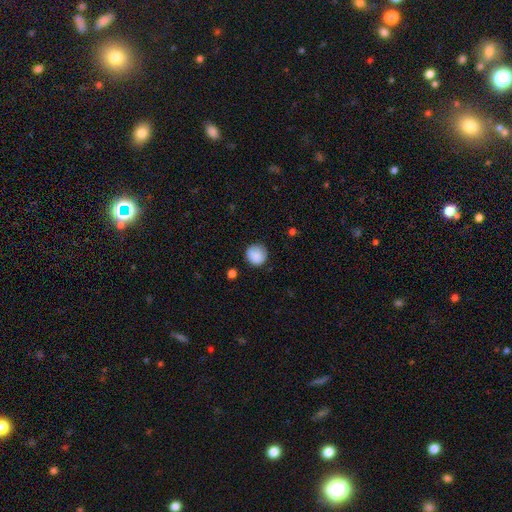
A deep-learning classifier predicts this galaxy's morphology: A smooth galaxy with no disk features (87%) that is round (93%). Merging: none (83%).